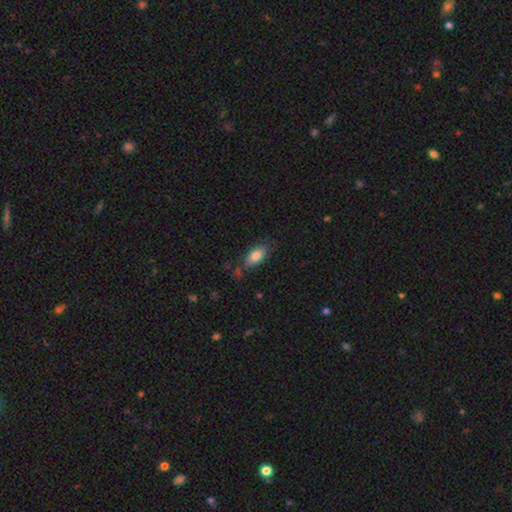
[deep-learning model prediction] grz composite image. It shows a smooth galaxy with no disk features (82%) that is in between round and cigar-shaped (87%). Merging: none (70%).